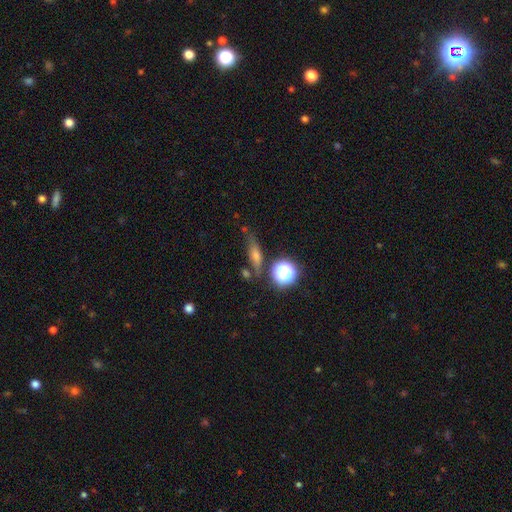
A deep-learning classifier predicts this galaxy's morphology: Overall: smooth (46%; featured or disk 31%). Merging: none (69%).